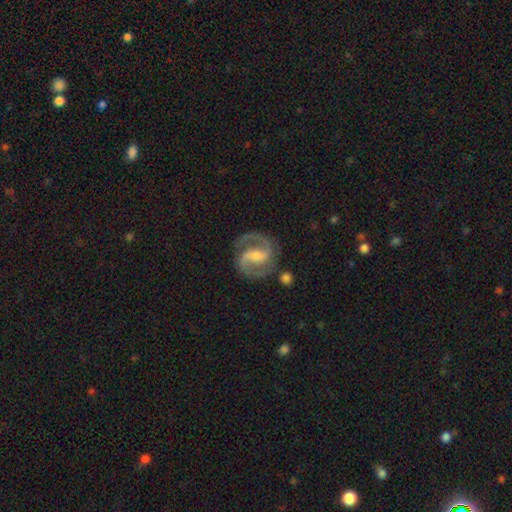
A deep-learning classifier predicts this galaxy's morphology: Smooth or featured: featured or disk — 92% (smooth — 4%)
Edge-on disk: no — 98% (yes — 2%)
Bar: strong — 48% (weak — 38%)
Spiral arms: yes — 98% (no — 2%)
Spiral winding: medium — 62% (tight — 25%)
Spiral arm count: 2 — 94% (can't tell — 2%)
Bulge size: small — 46% (moderate — 41%)
Merging: none — 81% (minor disturbance — 12%)